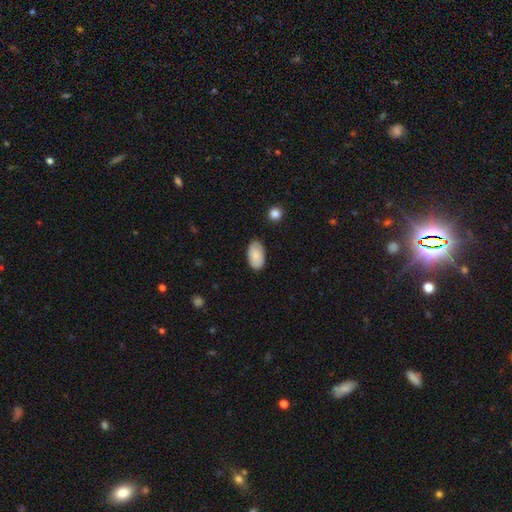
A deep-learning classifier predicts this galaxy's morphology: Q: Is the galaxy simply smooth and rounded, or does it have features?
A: smooth — 84%.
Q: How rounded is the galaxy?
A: in between — 95%.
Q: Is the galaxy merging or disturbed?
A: none — 80%.